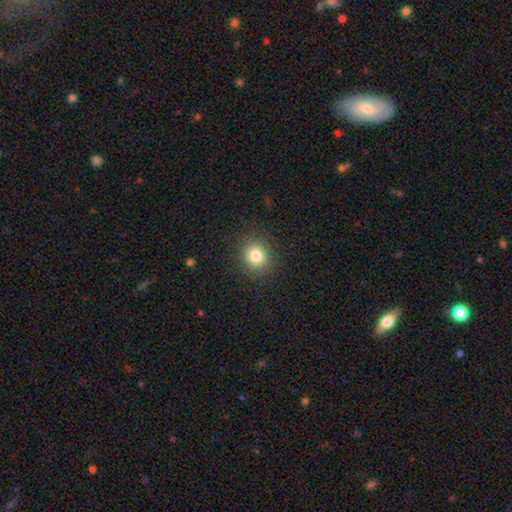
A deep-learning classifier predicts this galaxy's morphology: A smooth galaxy with no disk features (82%) that is round (85%).

Vote fractions:
- Smooth or featured? smooth: 82% / star or artifact: 12% / featured or disk: 6%
- How rounded? round: 85% / in between: 14% / cigar-shaped: 1%
- Merging? none: 89% / minor disturbance: 7% / major disturbance: 3% / merger: 1%